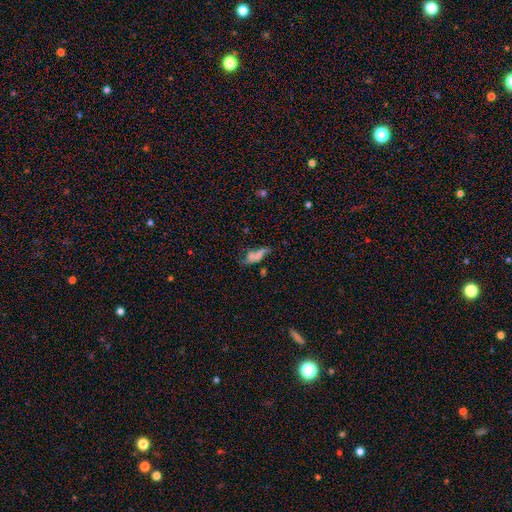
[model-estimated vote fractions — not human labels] This is possibly a smooth galaxy (54%). How rounded: likely in between (60%). Merging: marginally none (34%).